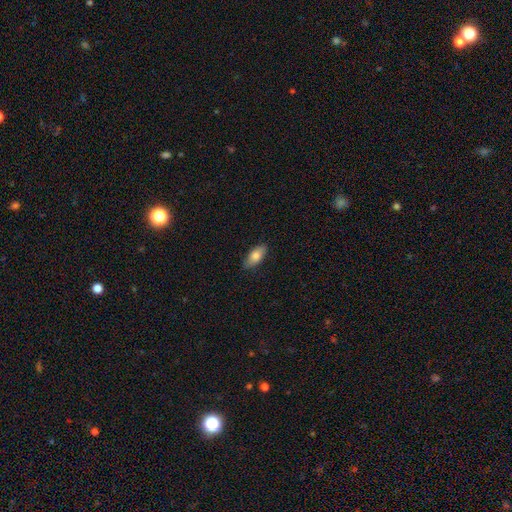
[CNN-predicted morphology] Smooth or featured? smooth (79%)
How rounded? in between (84%)
Merging? none (87%)